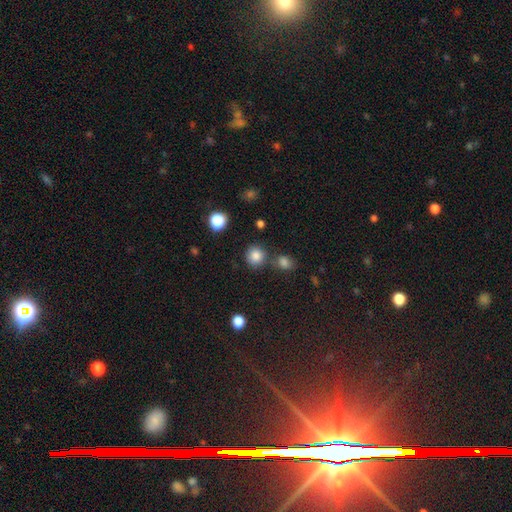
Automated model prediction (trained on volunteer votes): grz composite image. It shows a smooth galaxy with no disk features (84%) that is round (89%). Merging: none (73%).